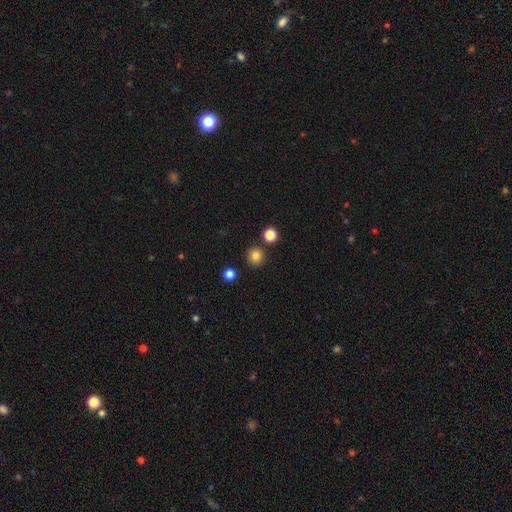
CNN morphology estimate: Q: Smooth or featured?
A: smooth (82%); runner-up: star or artifact (13%)
Q: How rounded?
A: round (93%); runner-up: in between (6%)
Q: Merging?
A: none (88%); runner-up: minor disturbance (6%)